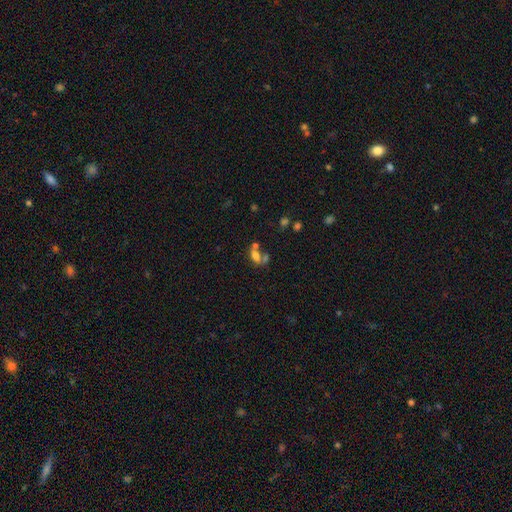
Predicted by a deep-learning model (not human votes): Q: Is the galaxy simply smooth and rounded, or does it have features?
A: smooth — 65%.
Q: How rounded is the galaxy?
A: in between — 79%.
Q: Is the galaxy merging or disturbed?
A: merger — 49%.